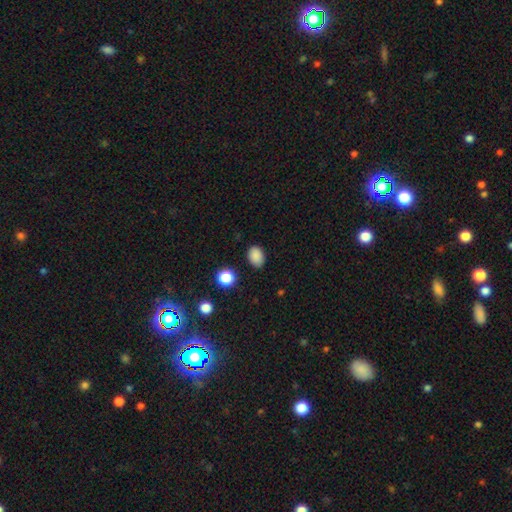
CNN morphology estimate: A smooth galaxy with no disk features (87%) that is in between round and cigar-shaped (70%). Merging: none (85%).